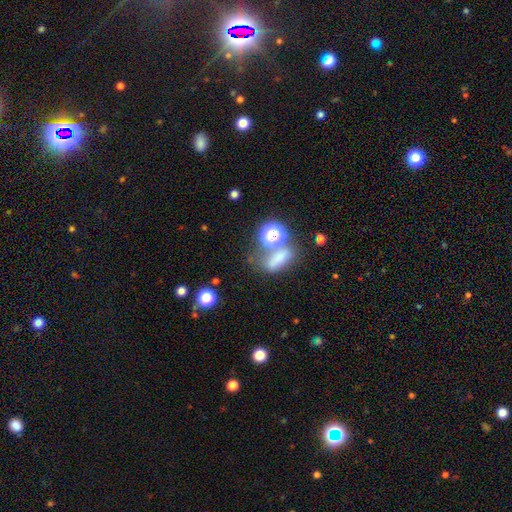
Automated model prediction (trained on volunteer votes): Overall: smooth (43%; star or artifact 40%). Merging: none (47%; merger 29%).